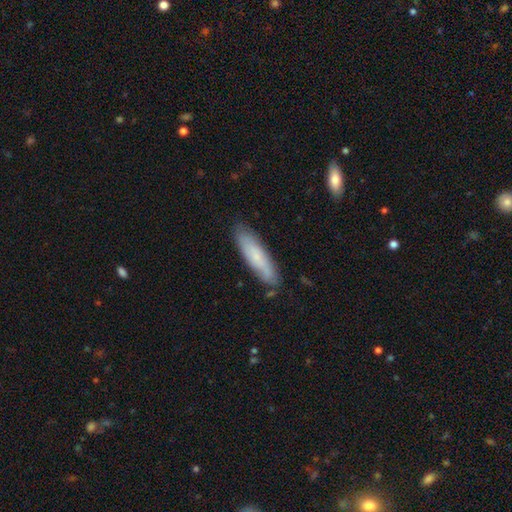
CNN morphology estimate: Overall: smooth (65%; featured or disk 28%). How rounded: cigar-shaped (71%). Merging: none (81%).